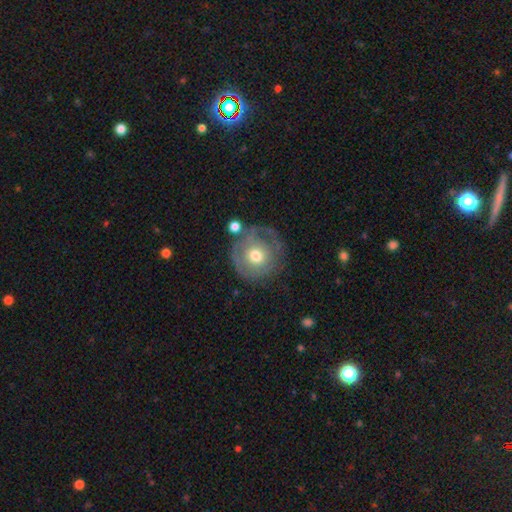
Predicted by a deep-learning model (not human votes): smooth_or_featured: smooth (p=0.51) [alt: featured or disk p=0.41]
how_rounded: round (p=0.91) [alt: in between p=0.08]
merging: none (p=0.55) [alt: minor disturbance p=0.21]